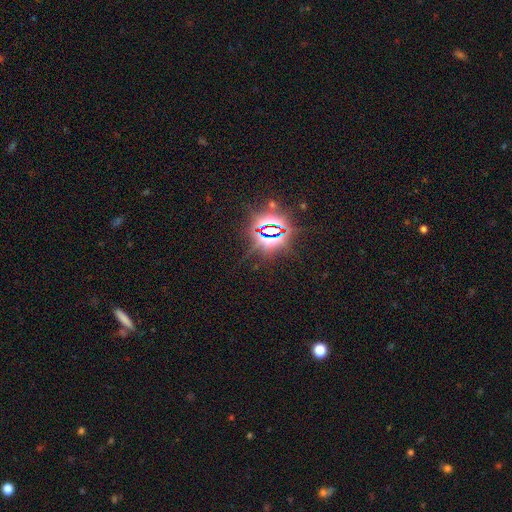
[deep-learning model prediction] smooth-or-featured: star or artifact: 83% | smooth: 10% | featured or disk: 7%